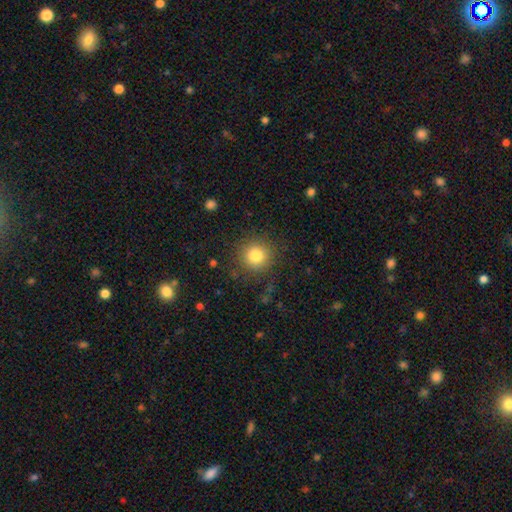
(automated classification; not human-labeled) The model was most divided on "smooth or featured": smooth: 81%, star or artifact: 11%, featured or disk: 7%. More confident: how rounded — round (93%); merging — none (86%).